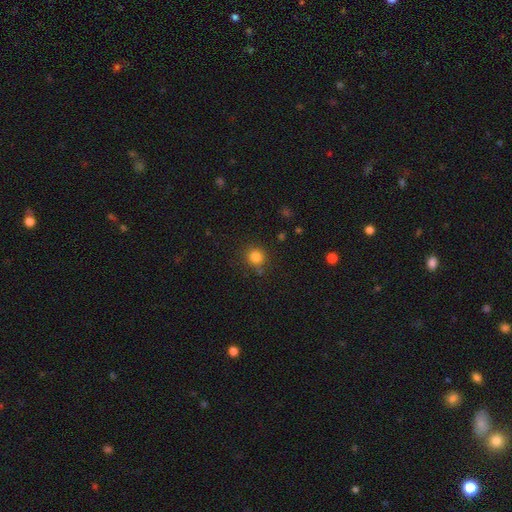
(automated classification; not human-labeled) smooth 83%, star or artifact 12%, featured or disk 5%. Down the decision tree: how rounded — round (87%); merging — none (81%).